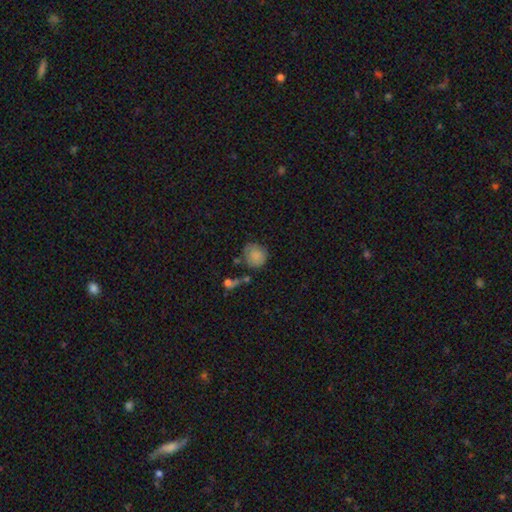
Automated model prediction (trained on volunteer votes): Overall: smooth (80%). How rounded: round (82%). Merging: none (59%; minor disturbance 24%).